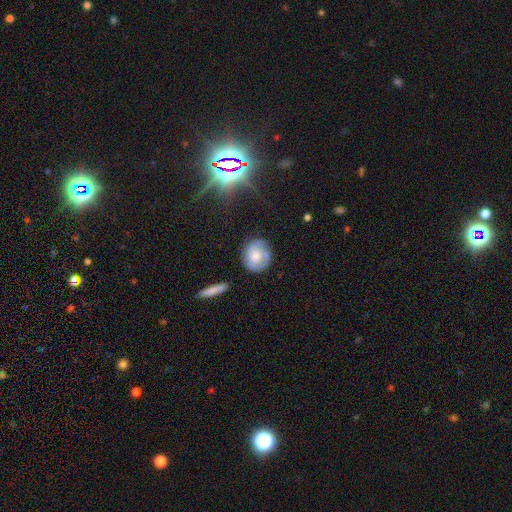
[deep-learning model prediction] Smooth or featured: smooth — 49% (featured or disk — 43%)
Merging: none — 70% (minor disturbance — 20%)